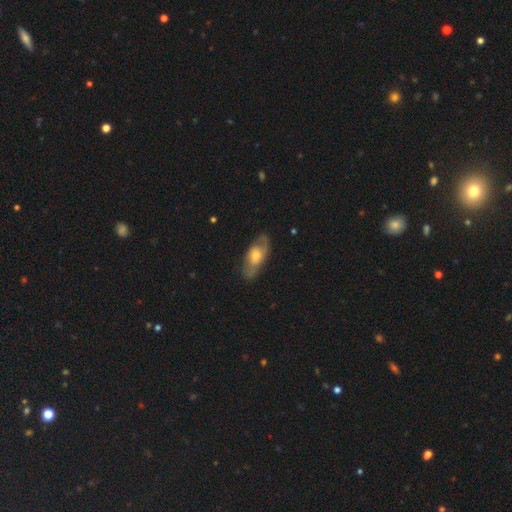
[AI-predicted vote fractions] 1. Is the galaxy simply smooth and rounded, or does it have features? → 59% featured or disk, 35% smooth, 6% star or artifact.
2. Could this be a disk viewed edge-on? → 82% no, 18% yes.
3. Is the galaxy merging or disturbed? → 73% none, 19% minor disturbance, 7% major disturbance, 1% merger.